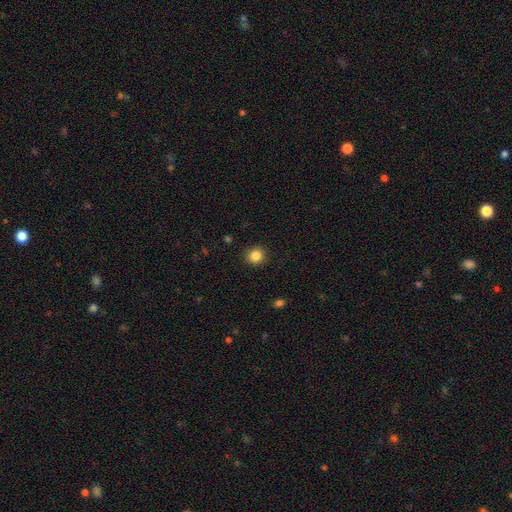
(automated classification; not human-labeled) Overall: smooth (85%). How rounded: round (89%). Merging: none (91%).